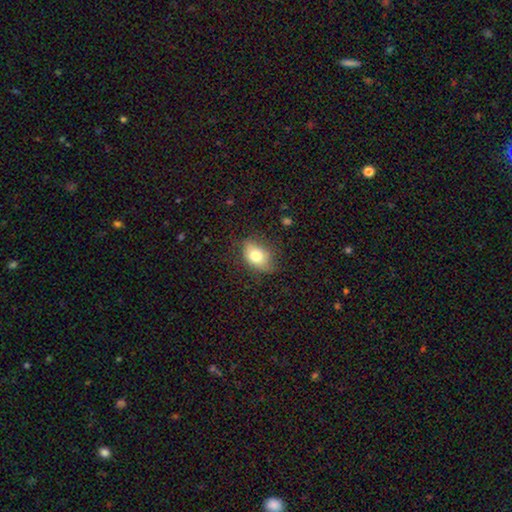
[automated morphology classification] This is likely a smooth galaxy (75%). How rounded: likely in between (78%). Merging: likely none (69%).